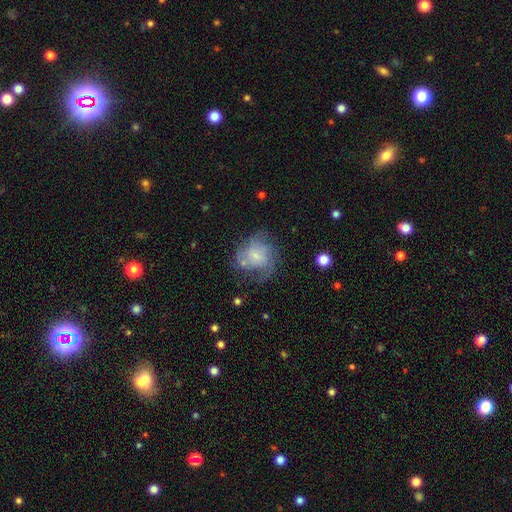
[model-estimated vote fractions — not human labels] Smooth or featured? Predicted: featured or disk (p=0.51). Edge-on disk? Predicted: no (p=0.98). Merging? Predicted: none (p=0.41).